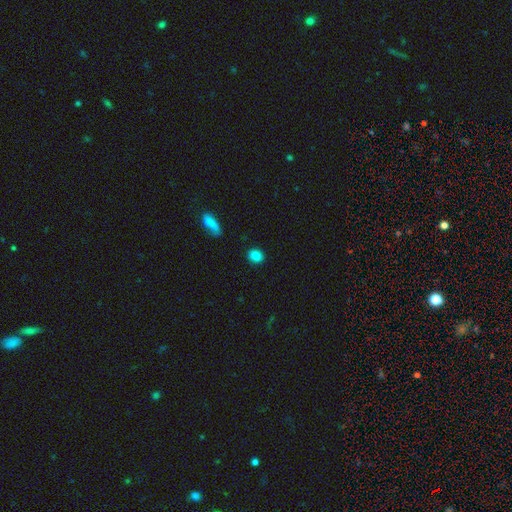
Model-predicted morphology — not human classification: Smooth or featured: smooth — 86% (star or artifact — 9%)
How rounded: round — 60% (in between — 38%)
Merging: none — 88% (minor disturbance — 8%)